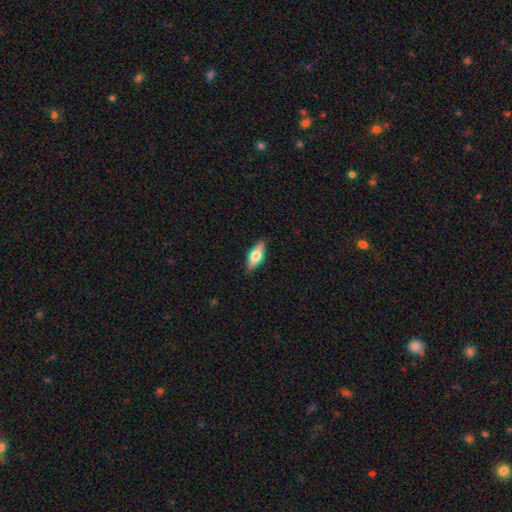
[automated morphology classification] Overall: smooth (54%; featured or disk 39%). How rounded: in between (67%; cigar-shaped 30%). Merging: none (86%).